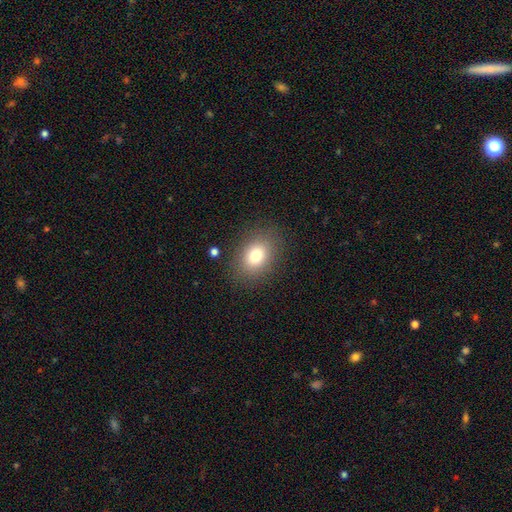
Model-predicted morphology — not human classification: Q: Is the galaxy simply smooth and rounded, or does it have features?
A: smooth — 77%.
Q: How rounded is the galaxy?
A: in between — 66%.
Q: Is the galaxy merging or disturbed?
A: none — 84%.